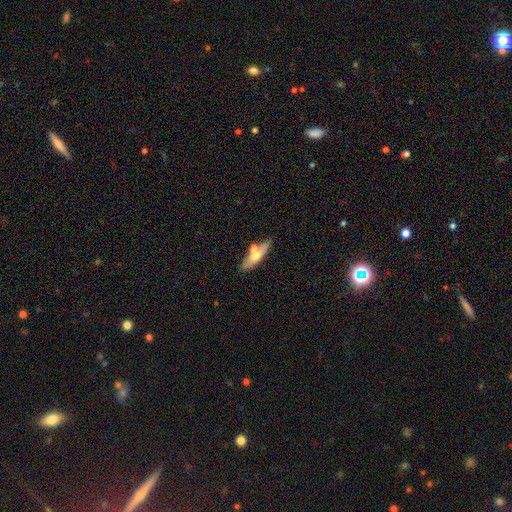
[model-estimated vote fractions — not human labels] Smooth or featured? smooth (57%)
How rounded? cigar-shaped (55%)
Merging? none (57%)